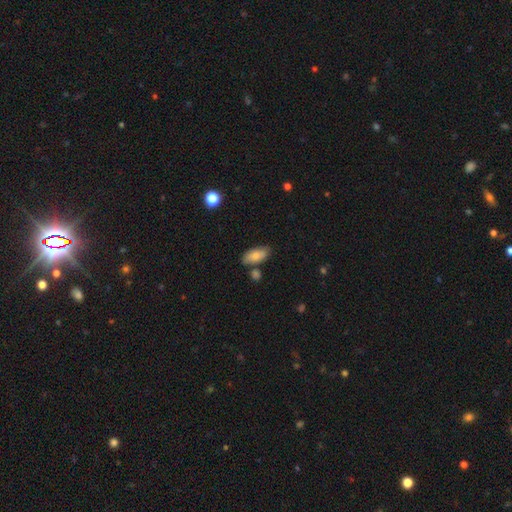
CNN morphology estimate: Q: Smooth or featured?
A: smooth (78%); runner-up: featured or disk (15%)
Q: How rounded?
A: in between (90%); runner-up: cigar-shaped (7%)
Q: Merging?
A: none (74%); runner-up: minor disturbance (15%)